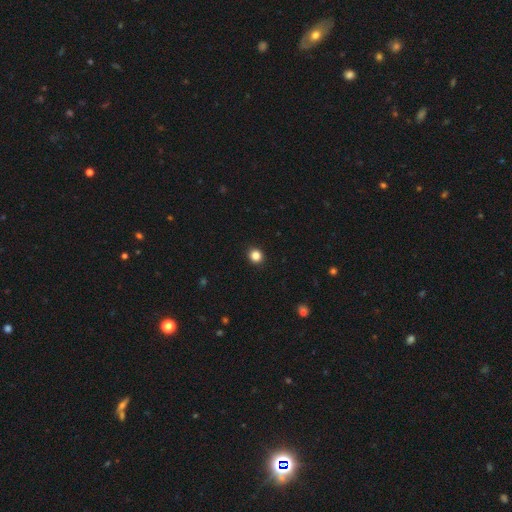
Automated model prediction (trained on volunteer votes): Q: Smooth or featured?
A: smooth (85%); runner-up: star or artifact (11%)
Q: How rounded?
A: round (87%); runner-up: in between (12%)
Q: Merging?
A: none (93%); runner-up: minor disturbance (5%)